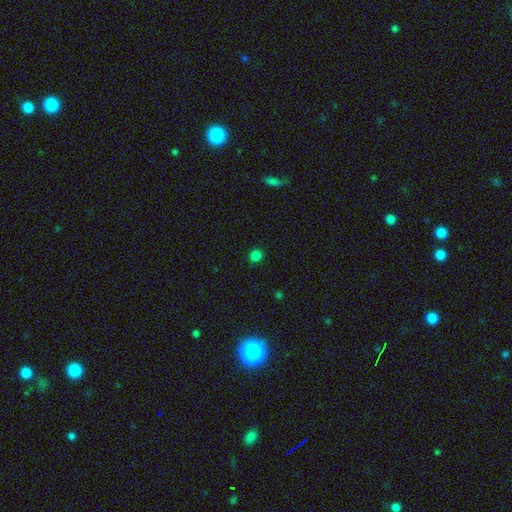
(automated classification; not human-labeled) This appears to be a smooth galaxy with no disk features (80%) that is round (92%). Merging: none (91%).